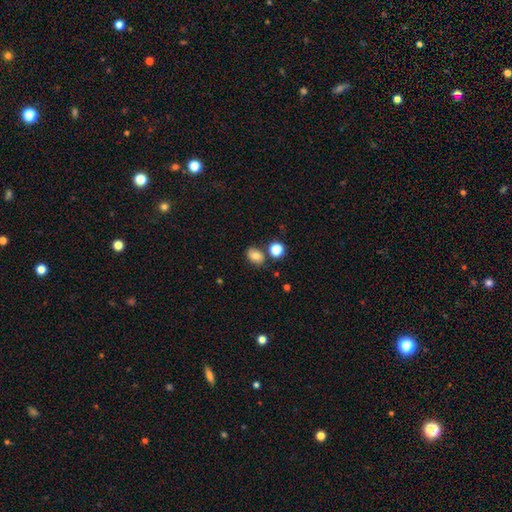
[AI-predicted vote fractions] smooth-or-featured: smooth: 77% | star or artifact: 13% | featured or disk: 11%
  how-rounded: in between: 64% | round: 34% | cigar-shaped: 1%
  merging: none: 72% | minor disturbance: 15% | merger: 9% | major disturbance: 4%